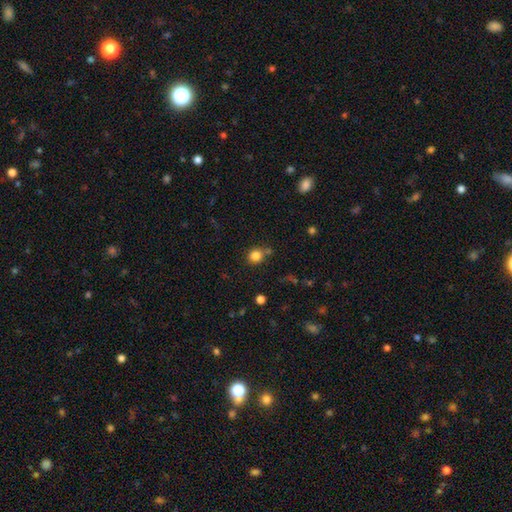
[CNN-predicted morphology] smooth 83%, star or artifact 12%, featured or disk 5%. Down the decision tree: how rounded — round (88%); merging — none (74%).